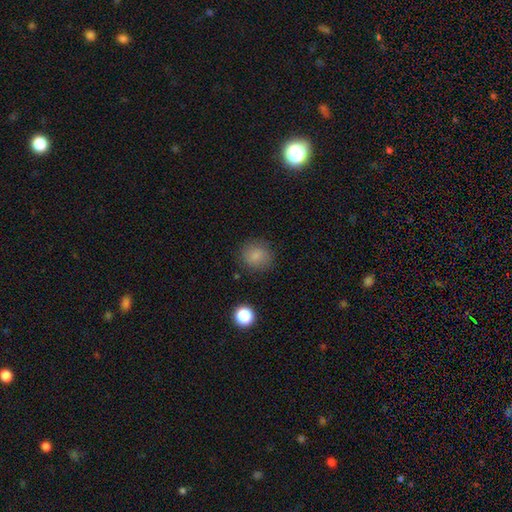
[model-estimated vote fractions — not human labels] smooth-or-featured: smooth: 82% | star or artifact: 11% | featured or disk: 7%
  how-rounded: round: 84% | in between: 15% | cigar-shaped: 1%
  merging: none: 83% | minor disturbance: 11% | major disturbance: 4% | merger: 2%